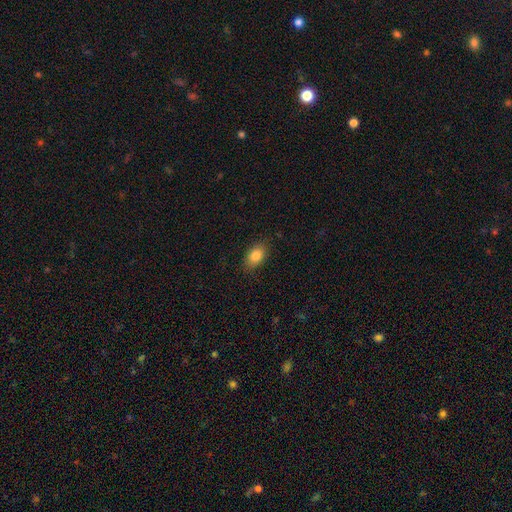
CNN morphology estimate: Smooth or featured: smooth — 83% (featured or disk — 9%)
How rounded: in between — 88% (round — 10%)
Merging: none — 86% (minor disturbance — 10%)